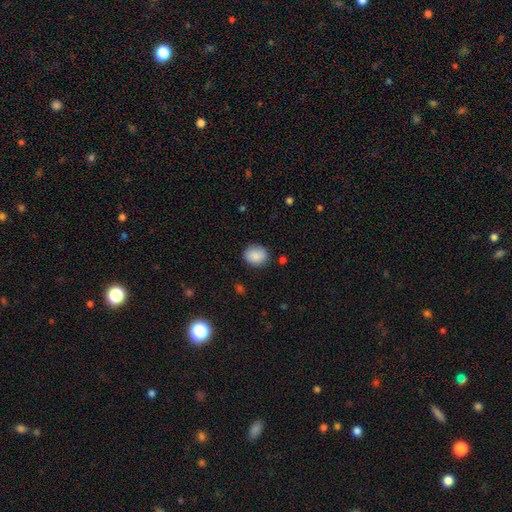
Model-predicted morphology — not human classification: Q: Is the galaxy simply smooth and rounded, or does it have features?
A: smooth — 88%.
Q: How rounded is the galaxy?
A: round — 67%.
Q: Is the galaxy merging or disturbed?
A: none — 85%.